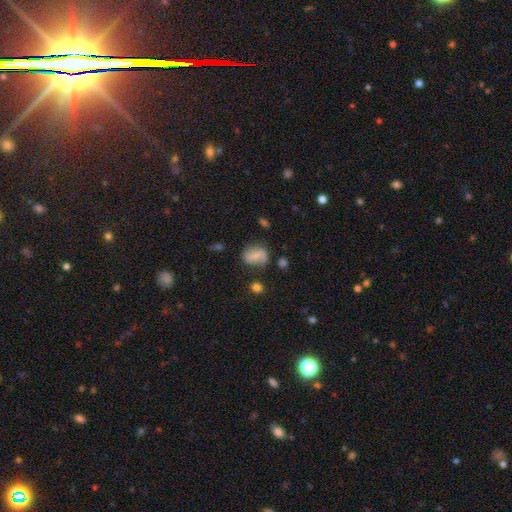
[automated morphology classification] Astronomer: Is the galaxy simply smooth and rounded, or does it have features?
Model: smooth — 54% (runner-up: featured or disk, 36%).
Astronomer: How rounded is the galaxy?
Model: in between — 57% (runner-up: round, 41%).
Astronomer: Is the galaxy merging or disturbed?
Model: none — 61%.